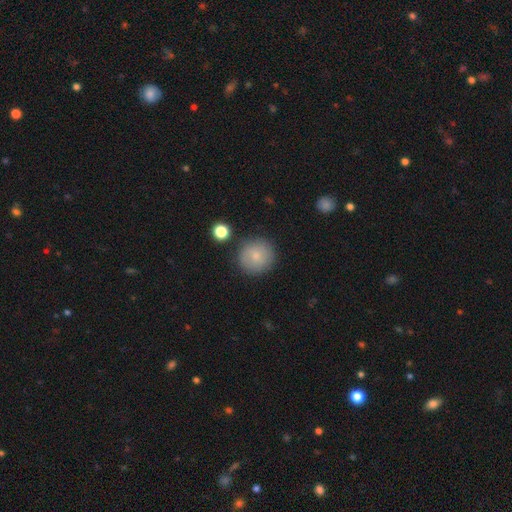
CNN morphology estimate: smooth-or-featured: smooth: 80% | featured or disk: 12% | star or artifact: 8%
  how-rounded: round: 94% | in between: 5% | cigar-shaped: 1%
  merging: none: 84% | minor disturbance: 10% | merger: 3% | major disturbance: 3%